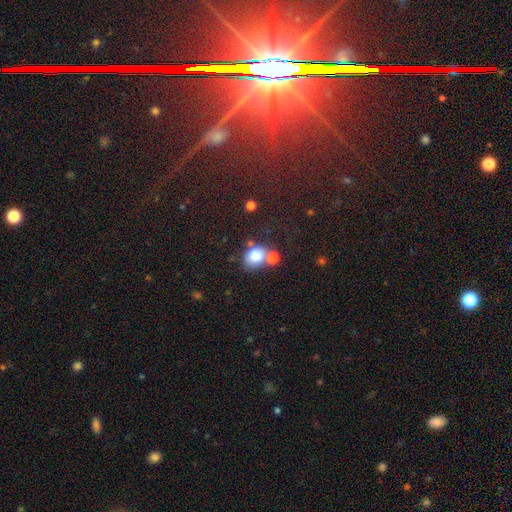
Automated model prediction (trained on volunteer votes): This appears to be a smooth galaxy with no disk features (79%) that is in between round and cigar-shaped (54%). Merging: none (43%).